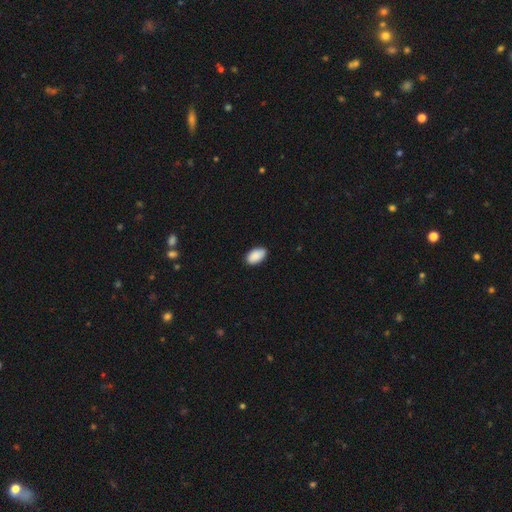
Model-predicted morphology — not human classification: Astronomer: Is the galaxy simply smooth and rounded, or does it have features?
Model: smooth — 91%.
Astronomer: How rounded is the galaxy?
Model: in between — 95%.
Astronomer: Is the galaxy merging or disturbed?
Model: none — 88%.